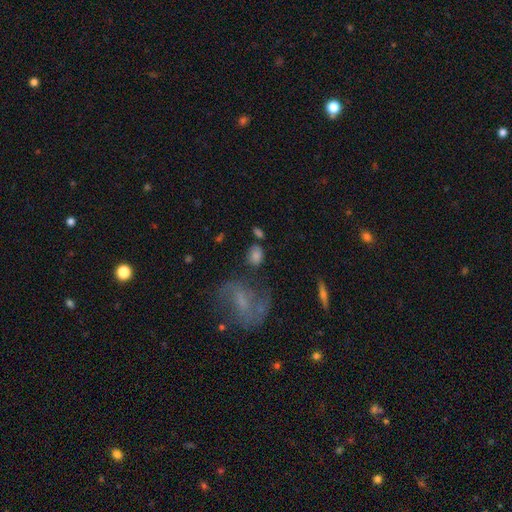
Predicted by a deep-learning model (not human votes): This appears to be a smooth galaxy with no disk features (70%) that is in between round and cigar-shaped (55%). Merging: none (66%).